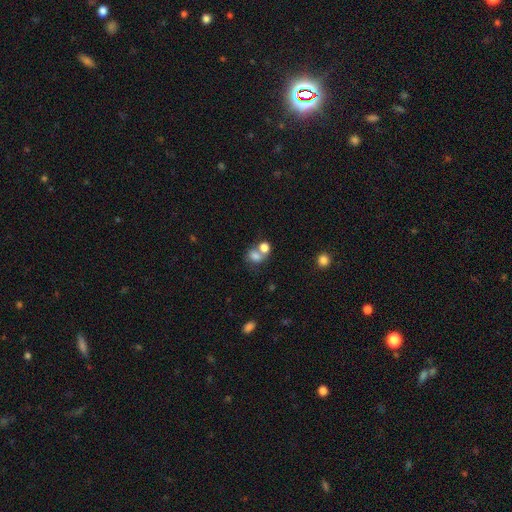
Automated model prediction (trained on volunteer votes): This is likely a smooth galaxy (74%). How rounded: possibly in between (51%). Merging: possibly merger (55%).